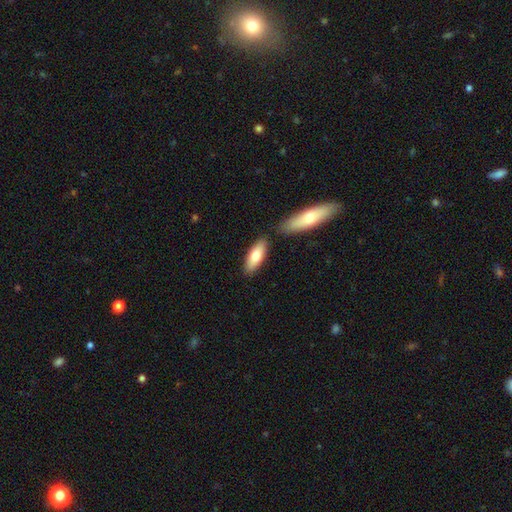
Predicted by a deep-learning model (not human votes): This is likely a smooth galaxy (75%). How rounded: likely in between (69%). Merging: likely none (77%).